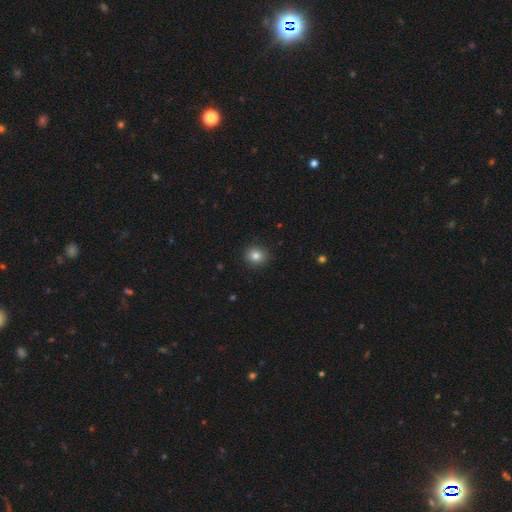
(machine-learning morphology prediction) Smooth or featured: smooth — 83% (star or artifact — 11%)
How rounded: round — 81% (in between — 18%)
Merging: none — 90% (minor disturbance — 7%)